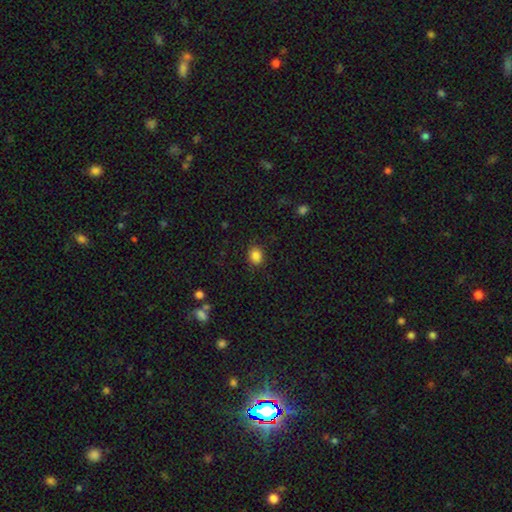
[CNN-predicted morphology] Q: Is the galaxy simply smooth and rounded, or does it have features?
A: smooth — 85%.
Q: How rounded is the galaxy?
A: round — 64%.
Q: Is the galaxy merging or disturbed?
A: none — 86%.